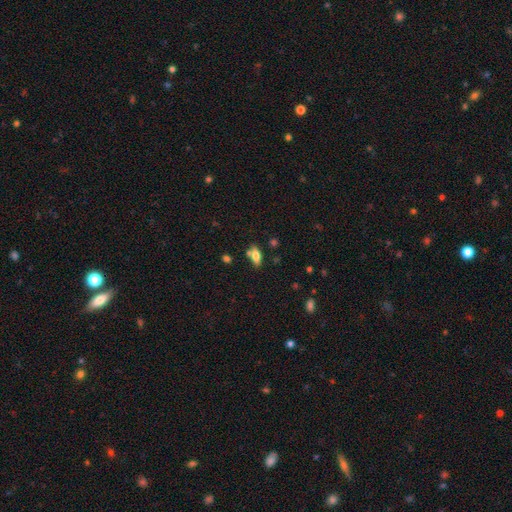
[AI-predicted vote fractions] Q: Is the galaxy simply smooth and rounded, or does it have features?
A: smooth — 68%.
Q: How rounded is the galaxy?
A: in between — 80%.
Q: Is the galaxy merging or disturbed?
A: none — 67%.